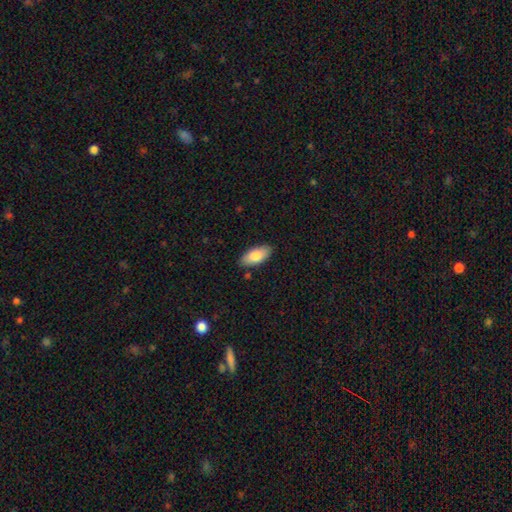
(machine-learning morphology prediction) A smooth galaxy with no disk features (80%) that is in between round and cigar-shaped (91%).

Vote fractions:
- Smooth or featured? smooth: 80% / featured or disk: 14% / star or artifact: 6%
- How rounded? in between: 91% / cigar-shaped: 7% / round: 2%
- Merging? none: 86% / minor disturbance: 11% / major disturbance: 2% / merger: 1%